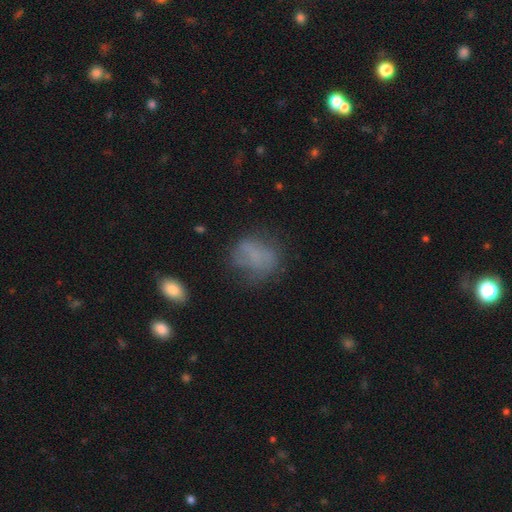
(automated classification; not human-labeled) Smooth or featured?
  - smooth: 60% *
  - featured or disk: 25%
  - star or artifact: 14%
How rounded?
  - in between: 52% *
  - round: 46%
  - cigar-shaped: 2%
Merging?
  - none: 49% *
  - minor disturbance: 27%
  - major disturbance: 22%
  - merger: 3%